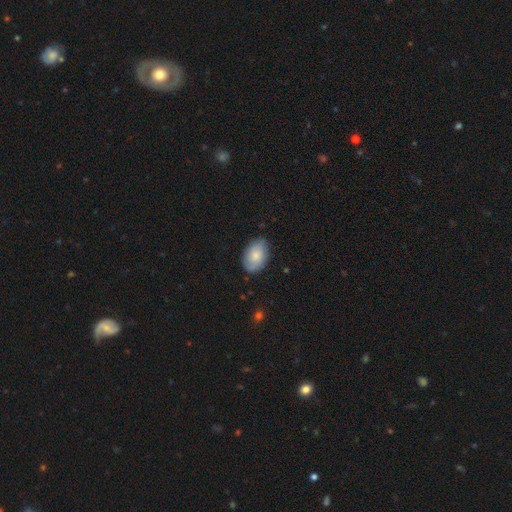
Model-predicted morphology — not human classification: Smooth or featured?
  - smooth: 77% *
  - featured or disk: 17%
  - star or artifact: 6%
How rounded?
  - in between: 88% *
  - round: 11%
  - cigar-shaped: 1%
Merging?
  - none: 79% *
  - minor disturbance: 17%
  - major disturbance: 3%
  - merger: 1%